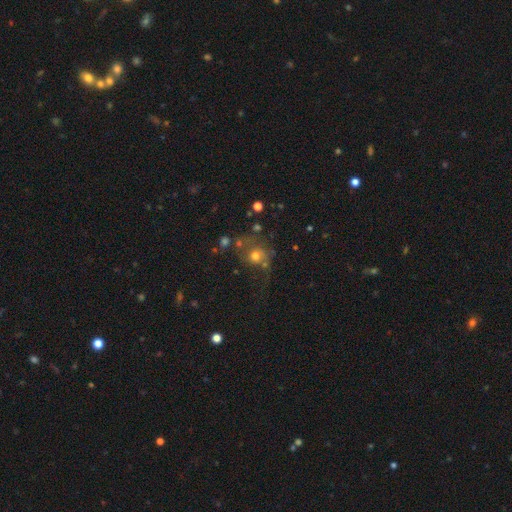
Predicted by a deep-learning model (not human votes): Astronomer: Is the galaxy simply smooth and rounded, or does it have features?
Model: smooth — 58%.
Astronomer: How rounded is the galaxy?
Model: round — 81%.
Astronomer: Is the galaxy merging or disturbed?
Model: none — 48%.